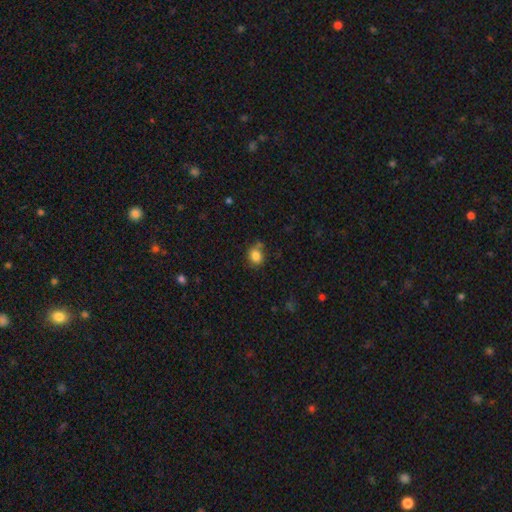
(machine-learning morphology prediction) smooth_or_featured: smooth (p=0.84) [alt: star or artifact p=0.11]
how_rounded: round (p=0.69) [alt: in between p=0.30]
merging: none (p=0.66) [alt: minor disturbance p=0.20]